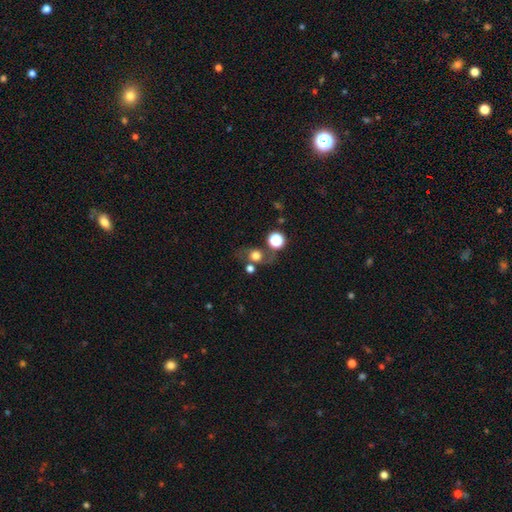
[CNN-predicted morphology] Smooth or featured?
  - smooth: 61% *
  - featured or disk: 22%
  - star or artifact: 18%
How rounded?
  - round: 73% *
  - in between: 26%
  - cigar-shaped: 2%
Merging?
  - none: 53% *
  - merger: 21%
  - minor disturbance: 14%
  - major disturbance: 11%